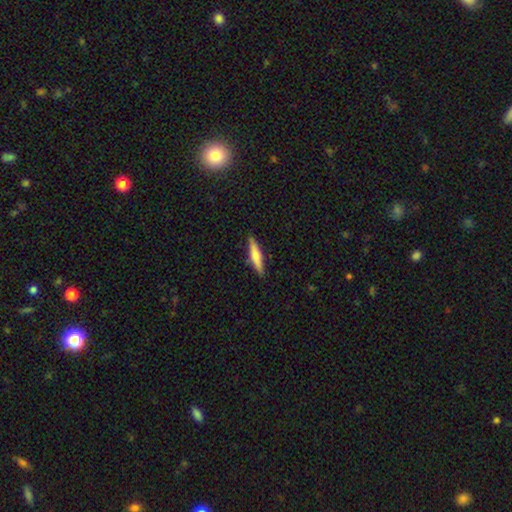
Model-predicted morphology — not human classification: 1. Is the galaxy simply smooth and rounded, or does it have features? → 64% smooth, 30% featured or disk, 6% star or artifact.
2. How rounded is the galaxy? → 86% cigar-shaped, 13% in between, 2% round.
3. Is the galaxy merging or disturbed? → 89% none, 8% minor disturbance, 2% major disturbance, 1% merger.